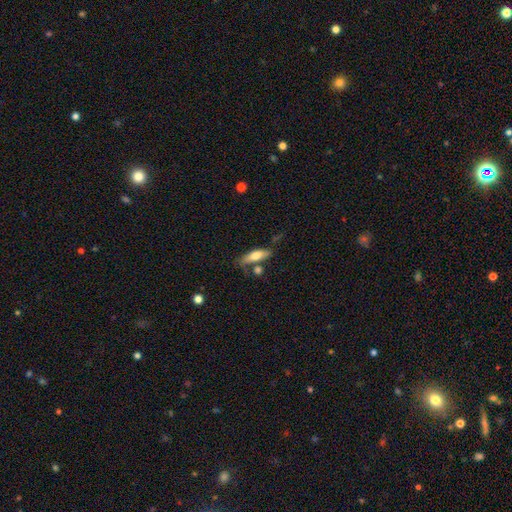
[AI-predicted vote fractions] smooth-or-featured: smooth: 65% | featured or disk: 29% | star or artifact: 6%
  how-rounded: cigar-shaped: 51% | in between: 46% | round: 3%
  merging: none: 62% | minor disturbance: 18% | merger: 14% | major disturbance: 6%